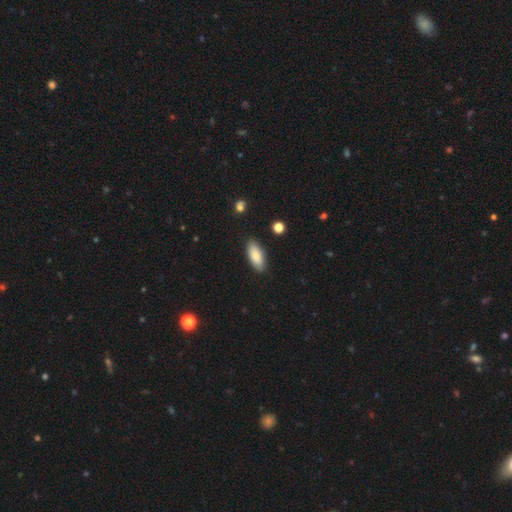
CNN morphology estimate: Smooth or featured? Predicted: smooth (p=0.84). How rounded? Predicted: in between (p=0.83). Merging? Predicted: none (p=0.87).